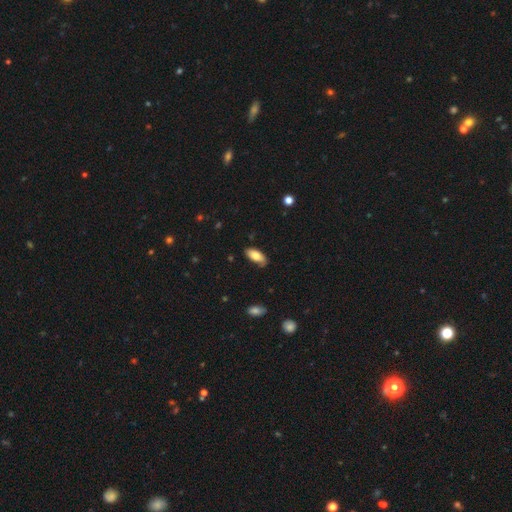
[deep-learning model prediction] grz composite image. It shows a smooth galaxy with no disk features (78%) that is in between round and cigar-shaped (90%). Merging: none (72%).